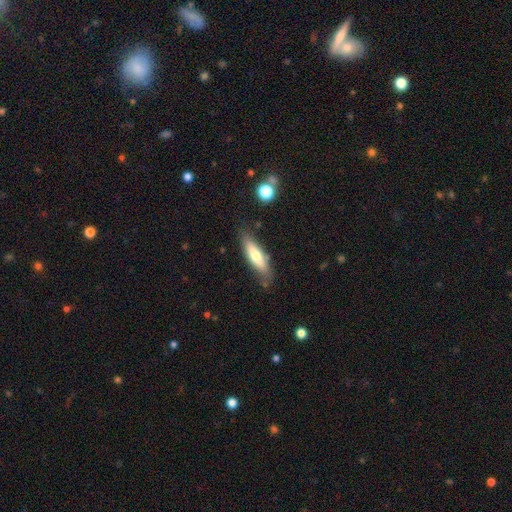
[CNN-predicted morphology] smooth-or-featured: smooth: 64% | featured or disk: 30% | star or artifact: 6%
  how-rounded: cigar-shaped: 63% | in between: 35% | round: 2%
  merging: none: 77% | minor disturbance: 16% | major disturbance: 4% | merger: 3%